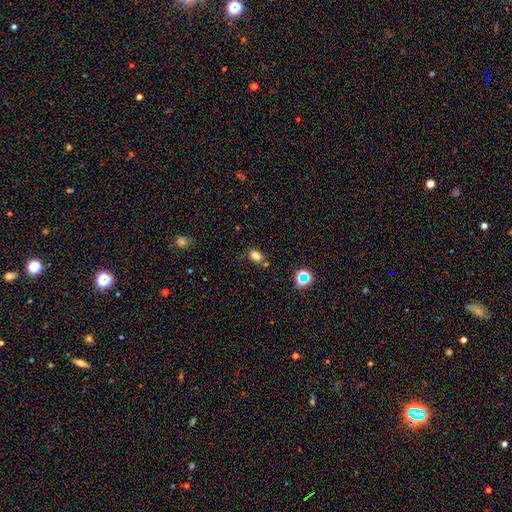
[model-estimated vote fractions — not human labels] Smooth or featured? Predicted: smooth (p=0.77). How rounded? Predicted: in between (p=0.71). Merging? Predicted: none (p=0.77).